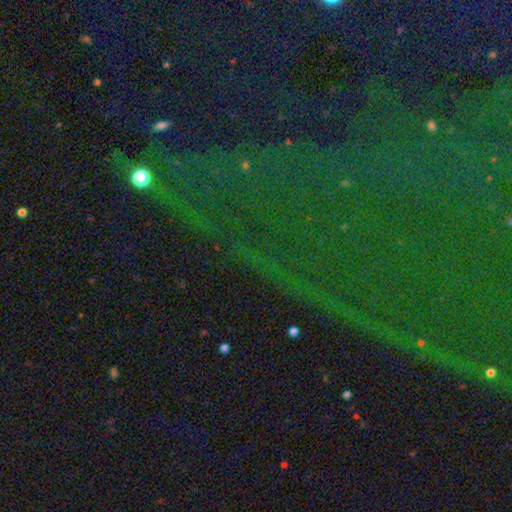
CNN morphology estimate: A star or artifact, not a galaxy (86%).

Vote fractions:
- Smooth or featured? star or artifact: 86% / smooth: 7% / featured or disk: 7%